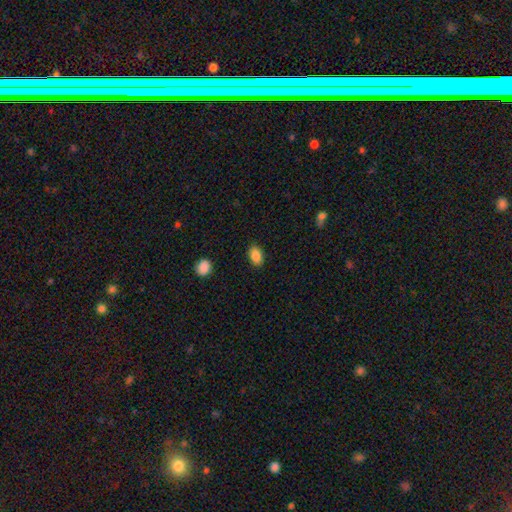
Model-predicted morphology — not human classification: smooth 87%, star or artifact 8%, featured or disk 5%. Down the decision tree: how rounded — in between (88%); merging — none (88%).